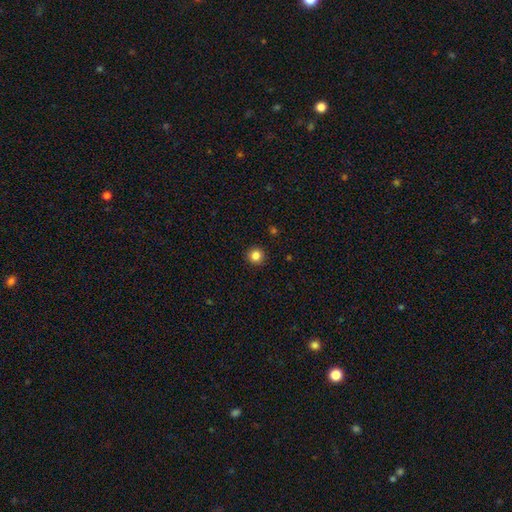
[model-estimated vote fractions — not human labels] A smooth galaxy with no disk features (85%) that is round (95%).

Vote fractions:
- Smooth or featured? smooth: 85% / star or artifact: 11% / featured or disk: 4%
- How rounded? round: 95% / in between: 4% / cigar-shaped: 1%
- Merging? none: 93% / minor disturbance: 5% / major disturbance: 2% / merger: 1%